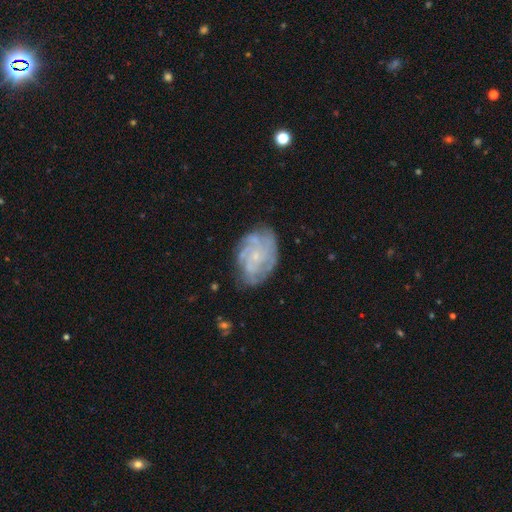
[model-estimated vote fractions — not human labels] A featured or disk galaxy (76%) with no bar (78%), tight (61%) spiral arms (87%) and a small central bulge (77%). Merging: none (71%).